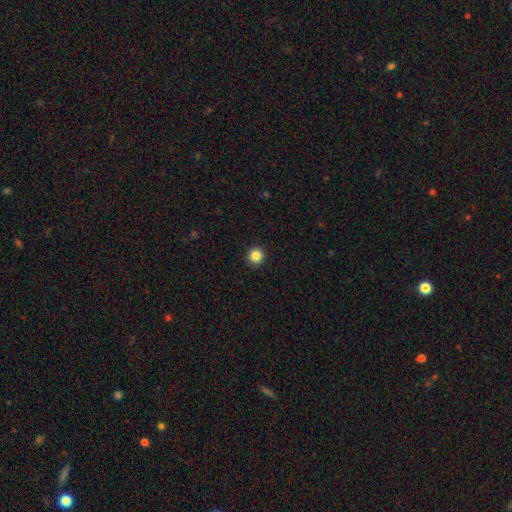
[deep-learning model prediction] The model was most divided on "smooth or featured": smooth: 86%, star or artifact: 10%, featured or disk: 4%. More confident: how rounded — round (95%); merging — none (93%).